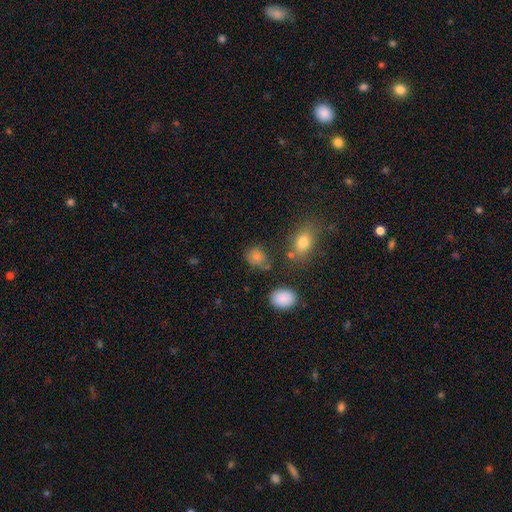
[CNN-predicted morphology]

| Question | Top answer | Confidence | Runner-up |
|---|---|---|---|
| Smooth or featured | smooth | 76% | star or artifact (16%) |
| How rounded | round | 64% | in between (35%) |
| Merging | none | 73% | minor disturbance (15%) |